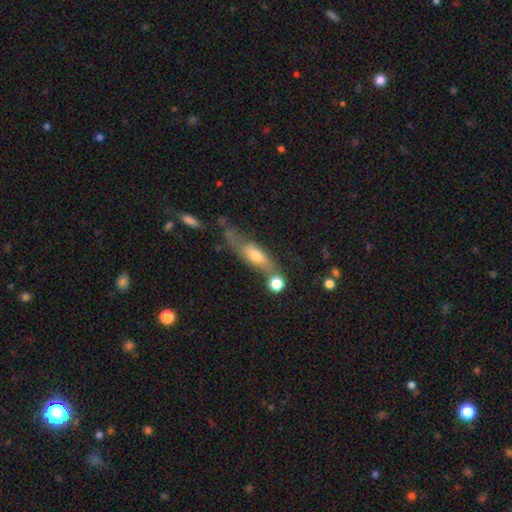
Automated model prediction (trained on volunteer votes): This is possibly a featured or disk galaxy (47%). Merging: marginally none (43%).